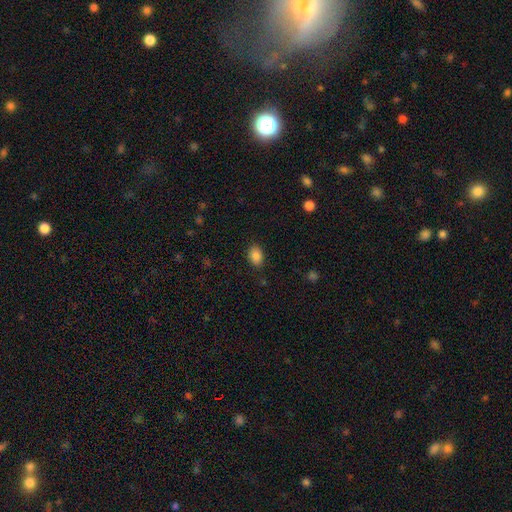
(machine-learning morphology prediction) smooth 87%, star or artifact 9%, featured or disk 4%. Down the decision tree: how rounded — in between (77%); merging — none (86%).